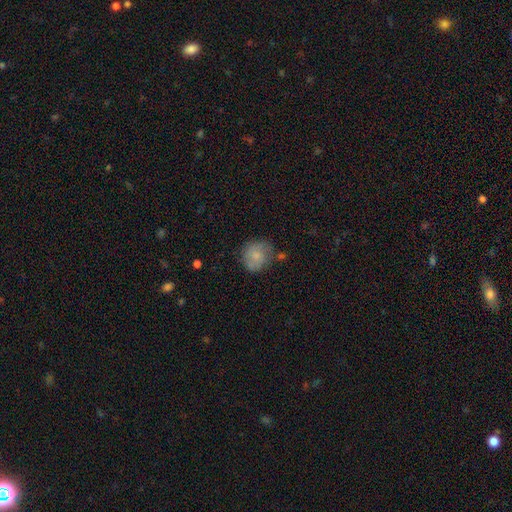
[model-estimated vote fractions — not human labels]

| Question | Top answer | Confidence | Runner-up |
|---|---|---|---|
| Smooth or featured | smooth | 70% | featured or disk (22%) |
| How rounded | round | 78% | in between (21%) |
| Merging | none | 58% | minor disturbance (26%) |